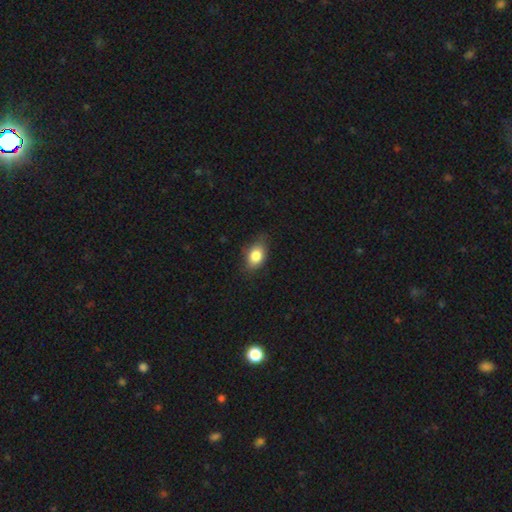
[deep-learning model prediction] A smooth galaxy with no disk features (82%) that is in between round and cigar-shaped (80%). Merging: none (72%).